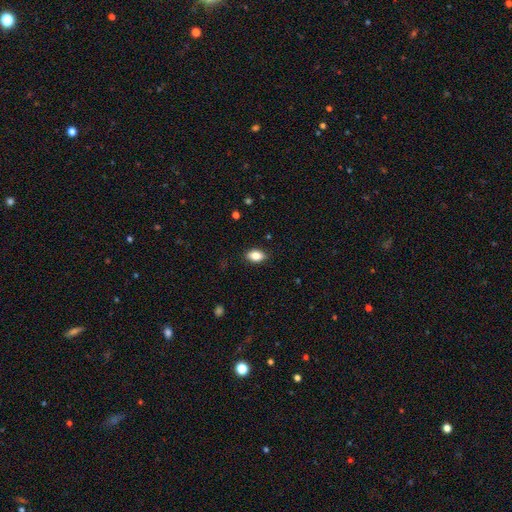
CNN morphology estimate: Smooth or featured: smooth — 85% (star or artifact — 8%)
How rounded: in between — 88% (round — 9%)
Merging: none — 86% (minor disturbance — 11%)